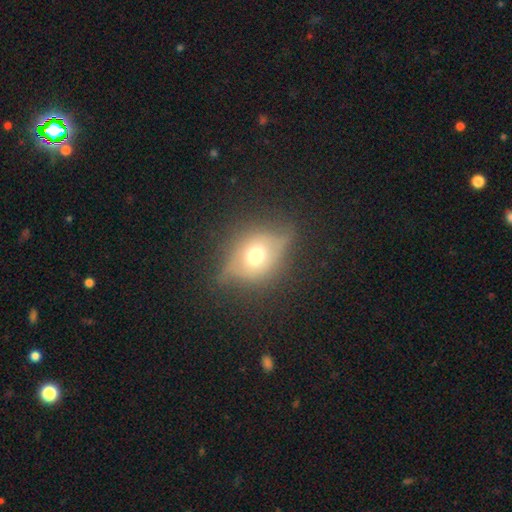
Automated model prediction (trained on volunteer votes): Morphology: type=smooth (46%); merging=none (59%).